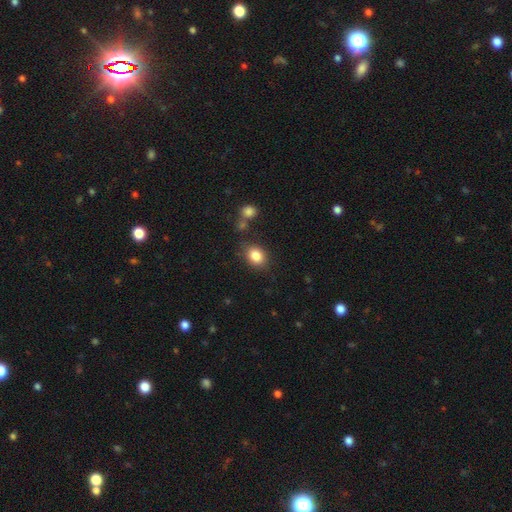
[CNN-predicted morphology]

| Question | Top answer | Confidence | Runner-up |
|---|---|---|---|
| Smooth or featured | smooth | 85% | star or artifact (9%) |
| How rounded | in between | 61% | round (38%) |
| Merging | none | 79% | minor disturbance (13%) |